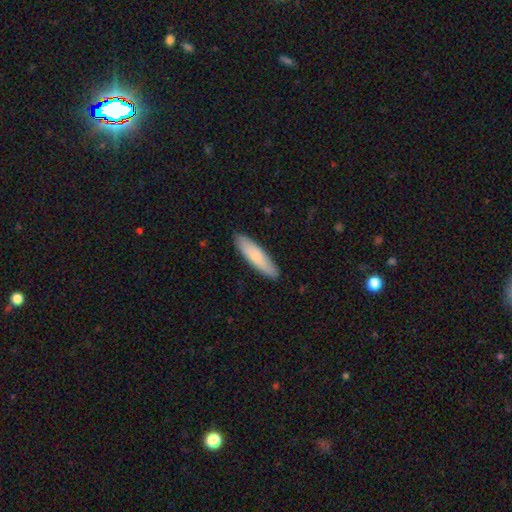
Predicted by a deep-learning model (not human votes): smooth-or-featured: smooth: 80% | featured or disk: 15% | star or artifact: 5%
  how-rounded: cigar-shaped: 73% | in between: 25% | round: 1%
  merging: none: 89% | minor disturbance: 8% | major disturbance: 1% | merger: 1%